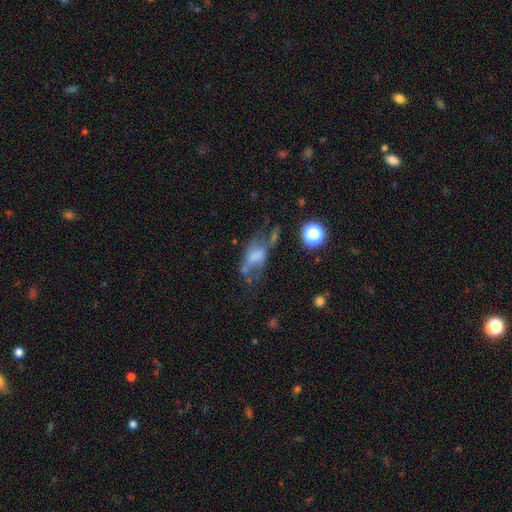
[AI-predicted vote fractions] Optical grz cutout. It shows a featured or disk galaxy (46%). Merging: major disturbance (37%).